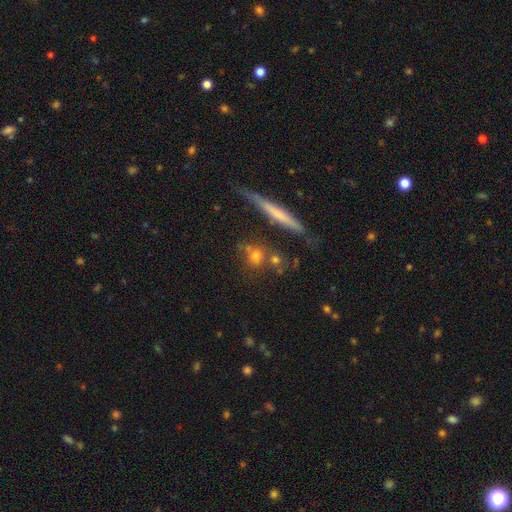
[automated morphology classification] A smooth galaxy with no disk features (66%) that is round (64%). Merging: none (70%).